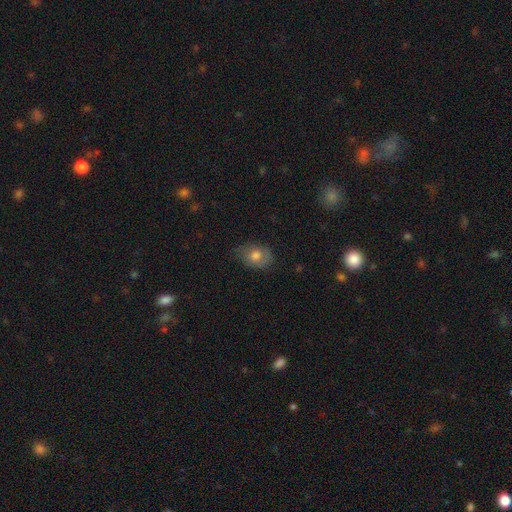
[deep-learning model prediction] smooth_or_featured: smooth (p=0.75) [alt: featured or disk p=0.17]
how_rounded: in between (p=0.67) [alt: round p=0.32]
merging: none (p=0.61) [alt: minor disturbance p=0.29]